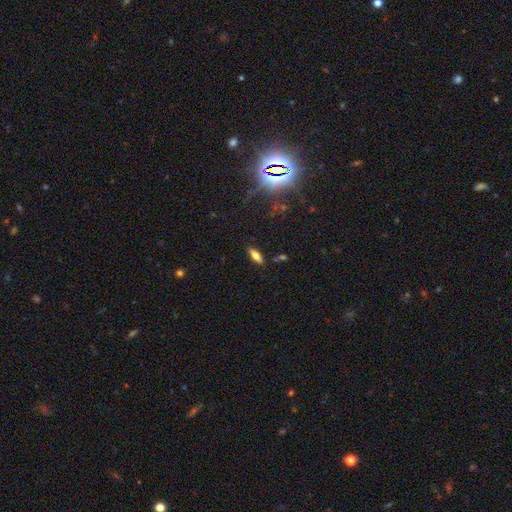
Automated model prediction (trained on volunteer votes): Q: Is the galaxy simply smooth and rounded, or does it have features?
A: smooth — 61%.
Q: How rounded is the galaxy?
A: in between — 67%.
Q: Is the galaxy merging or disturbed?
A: none — 86%.